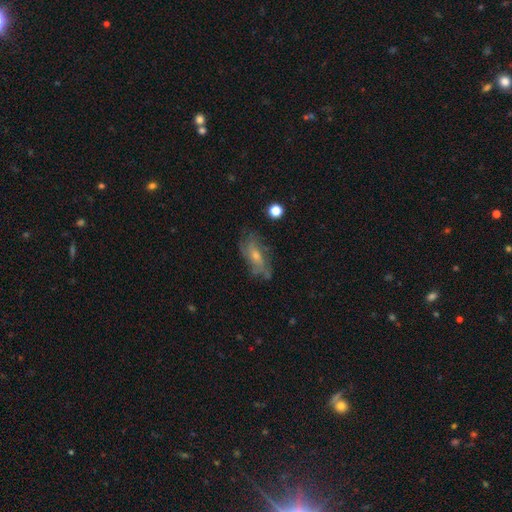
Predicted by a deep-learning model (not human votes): Smooth or featured? Predicted: featured or disk (p=0.60). Edge-on disk? Predicted: no (p=0.84). Bar? Predicted: no (p=0.64). Spiral arms? Predicted: yes (p=0.74). Bulge size? Predicted: small (p=0.49). Merging? Predicted: none (p=0.69).